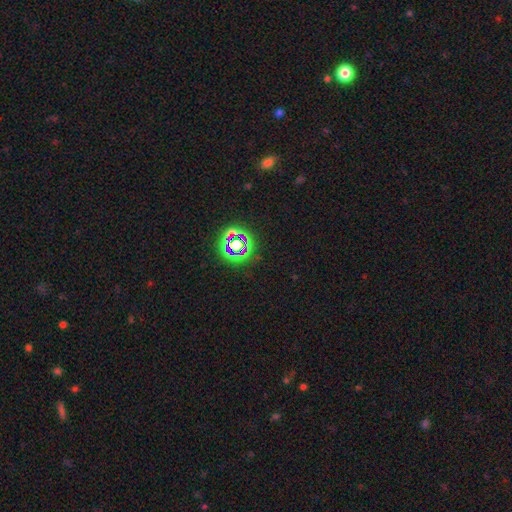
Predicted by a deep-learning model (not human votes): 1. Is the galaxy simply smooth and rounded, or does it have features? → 71% star or artifact, 21% smooth, 9% featured or disk.